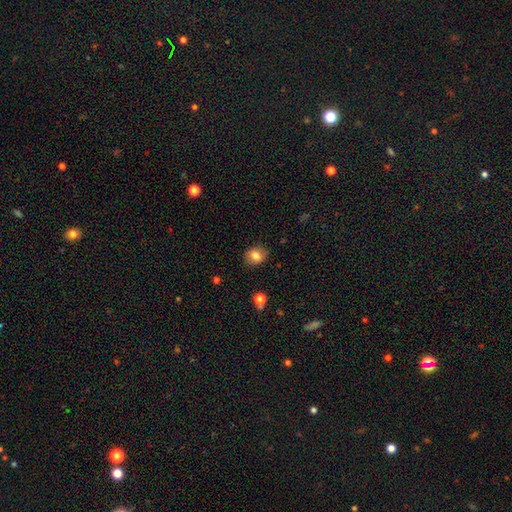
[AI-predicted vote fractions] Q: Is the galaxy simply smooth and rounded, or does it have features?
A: smooth — 79%.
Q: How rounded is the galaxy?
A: round — 62%.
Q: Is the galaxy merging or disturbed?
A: none — 86%.